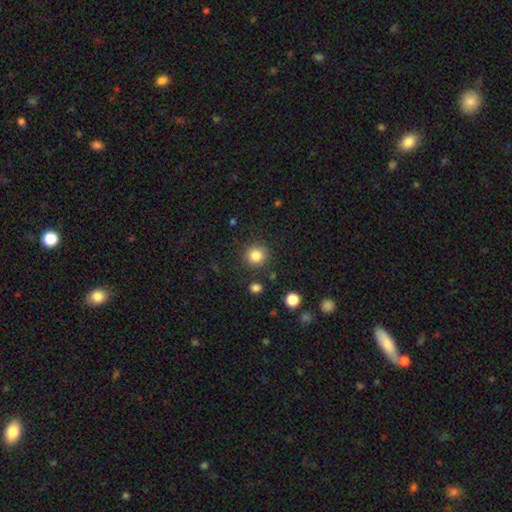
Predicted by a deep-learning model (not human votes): Smooth or featured? Predicted: smooth (p=0.84). How rounded? Predicted: round (p=0.92). Merging? Predicted: none (p=0.88).